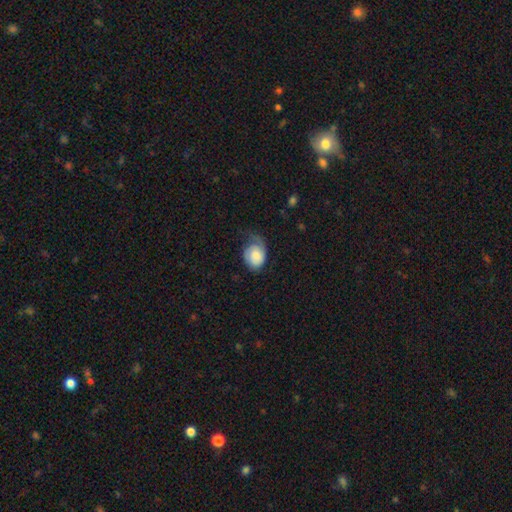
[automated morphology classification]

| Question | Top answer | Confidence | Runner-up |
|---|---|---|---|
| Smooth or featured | smooth | 64% | featured or disk (29%) |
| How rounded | in between | 54% | round (45%) |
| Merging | minor disturbance | 37% | major disturbance (31%) |